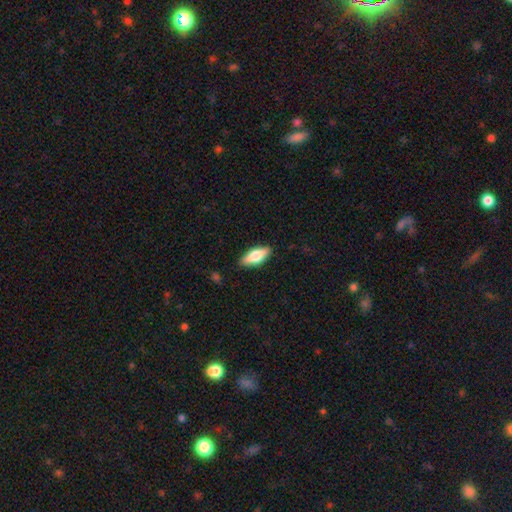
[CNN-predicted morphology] Smooth or featured? Predicted: smooth (p=0.64). How rounded? Predicted: in between (p=0.72). Merging? Predicted: none (p=0.87).